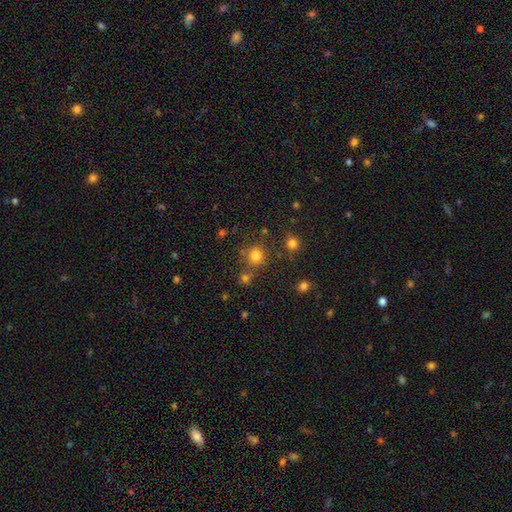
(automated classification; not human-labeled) Overall: smooth (78%). How rounded: round (89%). Merging: none (75%).